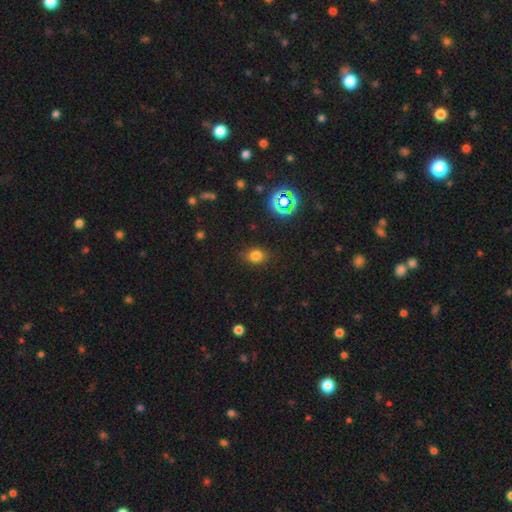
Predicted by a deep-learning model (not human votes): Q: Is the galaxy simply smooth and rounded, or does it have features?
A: smooth — 76%.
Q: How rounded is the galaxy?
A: in between — 55%.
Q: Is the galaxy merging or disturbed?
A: none — 81%.